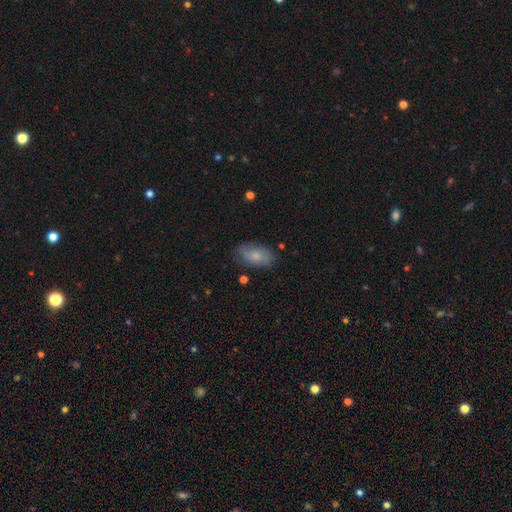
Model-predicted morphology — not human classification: smooth-or-featured: smooth: 76% | featured or disk: 17% | star or artifact: 7%
  how-rounded: in between: 92% | round: 4% | cigar-shaped: 4%
  merging: none: 77% | minor disturbance: 17% | major disturbance: 4% | merger: 2%